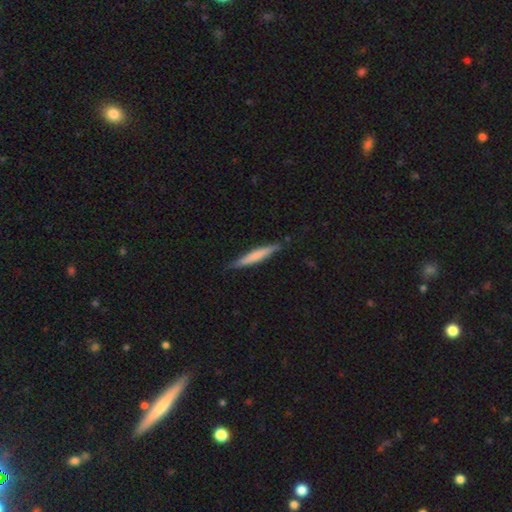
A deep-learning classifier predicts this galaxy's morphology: This is likely a smooth galaxy (63%). How rounded: clearly cigar-shaped (94%). Merging: clearly none (86%).